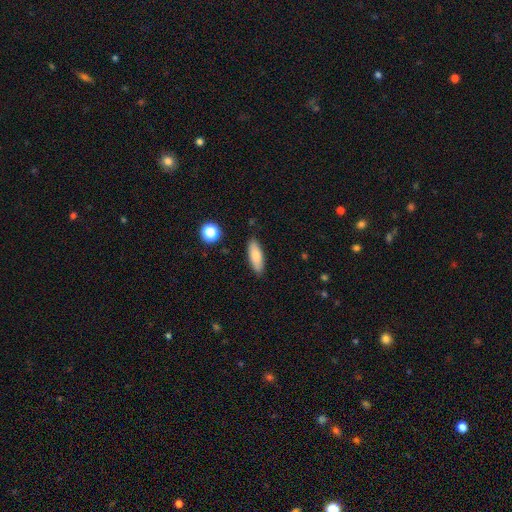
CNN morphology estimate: Smooth or featured? Predicted: smooth (p=0.81). How rounded? Predicted: in between (p=0.60). Merging? Predicted: none (p=0.87).